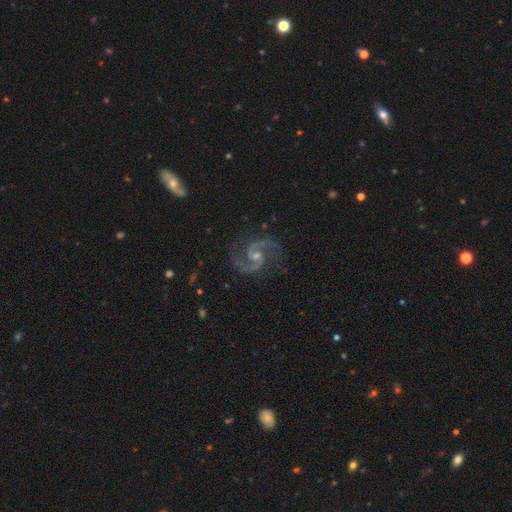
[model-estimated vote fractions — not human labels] Smooth or featured? featured or disk (94%)
Edge-on disk? no (98%)
Bar? weak (45%)
Spiral arms? yes (99%)
Spiral winding? medium (68%)
Spiral arm count? 2 (94%)
Bulge size? small (57%)
Merging? none (82%)